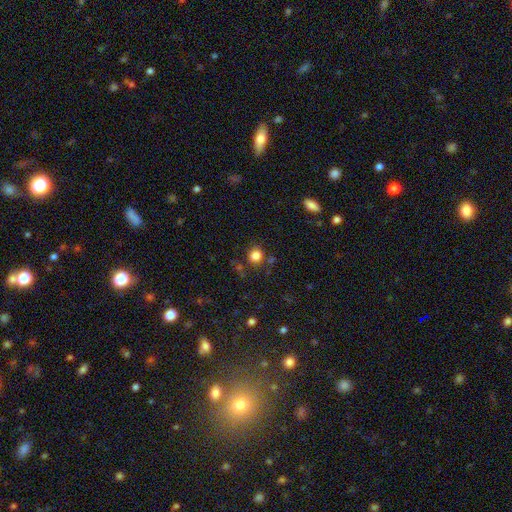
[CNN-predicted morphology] Smooth or featured: smooth — 83% (star or artifact — 13%)
How rounded: round — 85% (in between — 14%)
Merging: none — 80% (minor disturbance — 11%)